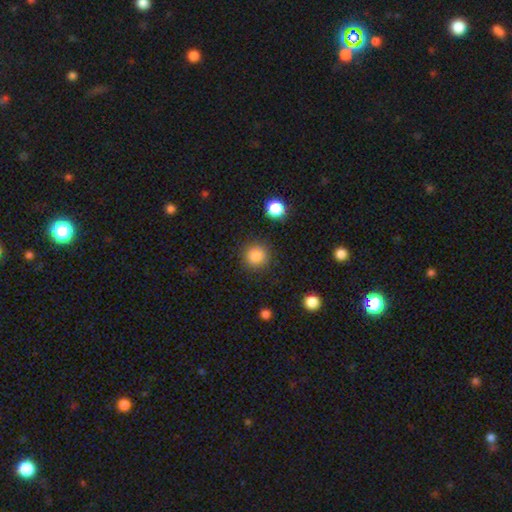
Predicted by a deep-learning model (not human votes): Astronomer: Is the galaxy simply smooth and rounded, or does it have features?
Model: smooth — 85%.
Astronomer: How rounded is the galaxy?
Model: round — 93%.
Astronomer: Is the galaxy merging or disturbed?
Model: none — 89%.